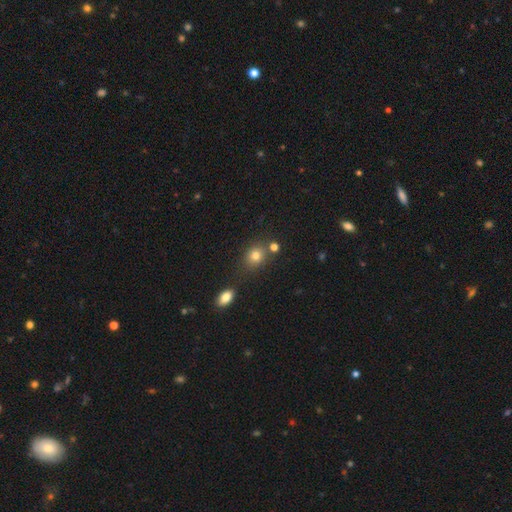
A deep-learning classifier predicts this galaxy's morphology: smooth 78%, star or artifact 13%, featured or disk 9%. Down the decision tree: how rounded — round (60%); merging — none (70%).